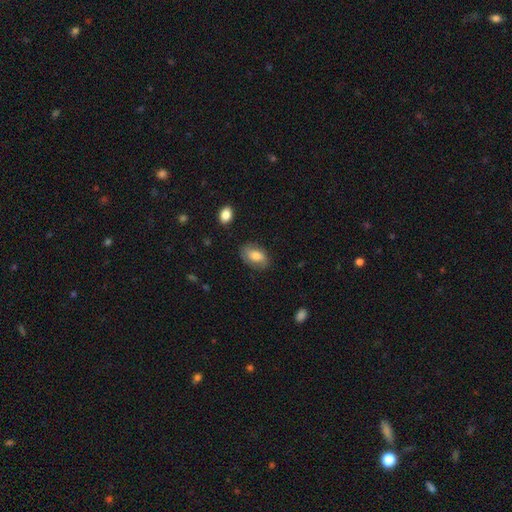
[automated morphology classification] smooth-or-featured: smooth: 72% | featured or disk: 21% | star or artifact: 7%
  how-rounded: in between: 89% | round: 9% | cigar-shaped: 2%
  merging: none: 76% | minor disturbance: 17% | major disturbance: 5% | merger: 1%